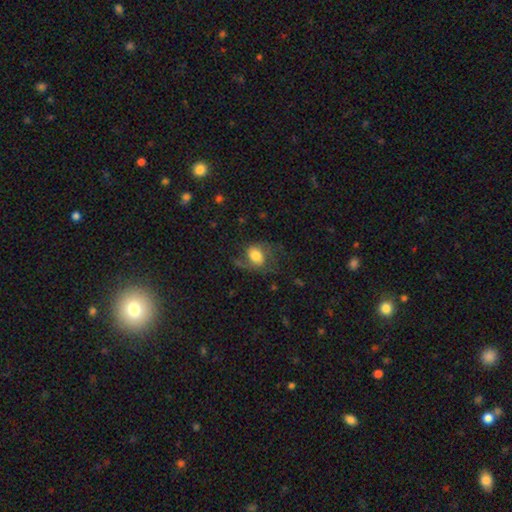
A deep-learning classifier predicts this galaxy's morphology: Smooth or featured: smooth — 54% (featured or disk — 37%)
How rounded: in between — 54% (round — 45%)
Merging: none — 47% (major disturbance — 27%)